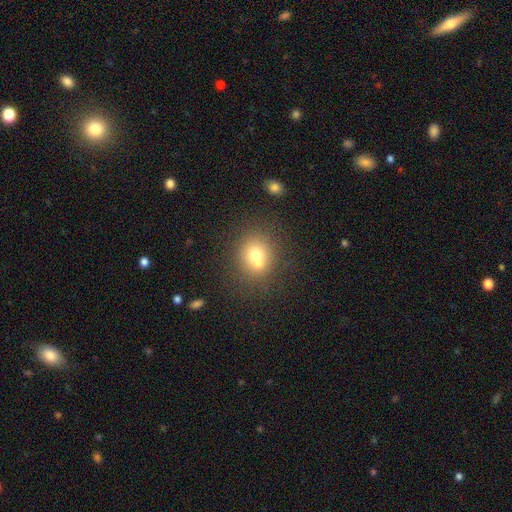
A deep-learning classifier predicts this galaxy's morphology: This is likely a smooth galaxy (67%). How rounded: likely round (79%). Merging: possibly none (45%).